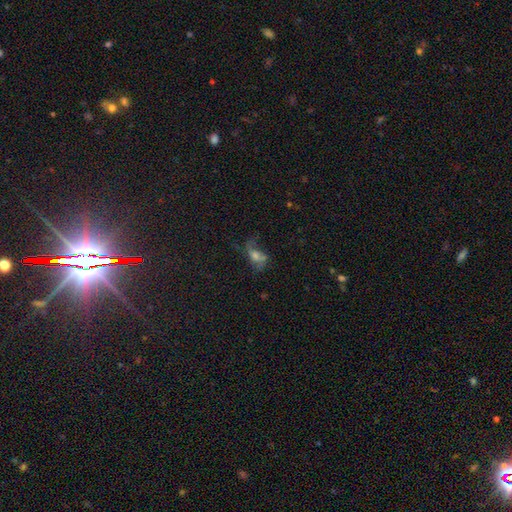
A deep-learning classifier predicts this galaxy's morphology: The model was most divided on "merging": none: 43%, major disturbance: 32%, minor disturbance: 20%, merger: 5%. Remaining: smooth or featured — featured or disk (46%).